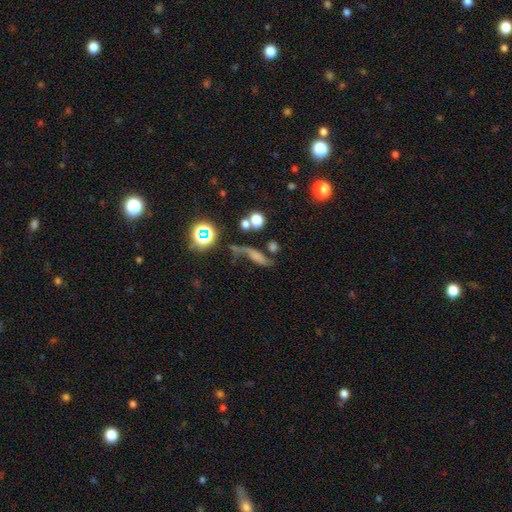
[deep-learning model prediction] featured or disk 47%, smooth 28%, star or artifact 25%. Down the decision tree: merging — none (48%).